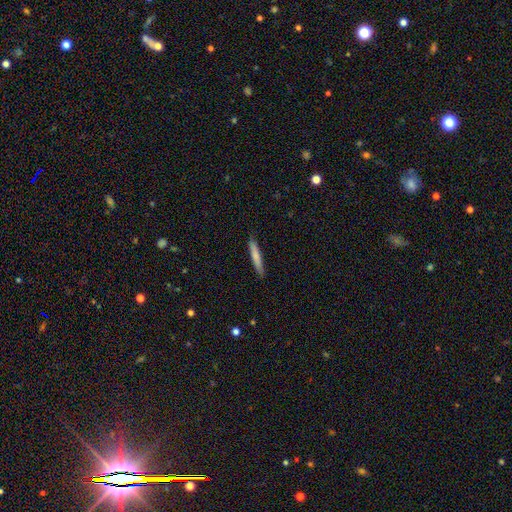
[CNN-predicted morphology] Smooth or featured: smooth — 77% (featured or disk — 17%)
How rounded: cigar-shaped — 94% (in between — 5%)
Merging: none — 89% (minor disturbance — 8%)